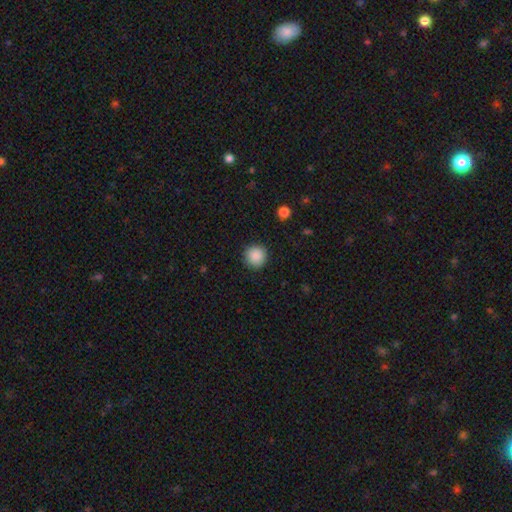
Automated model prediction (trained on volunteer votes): A smooth galaxy with no disk features (88%) that is round (95%).

Vote fractions:
- Smooth or featured? smooth: 88% / star or artifact: 9% / featured or disk: 3%
- How rounded? round: 95% / in between: 4% / cigar-shaped: 1%
- Merging? none: 91% / minor disturbance: 6% / major disturbance: 2% / merger: 1%